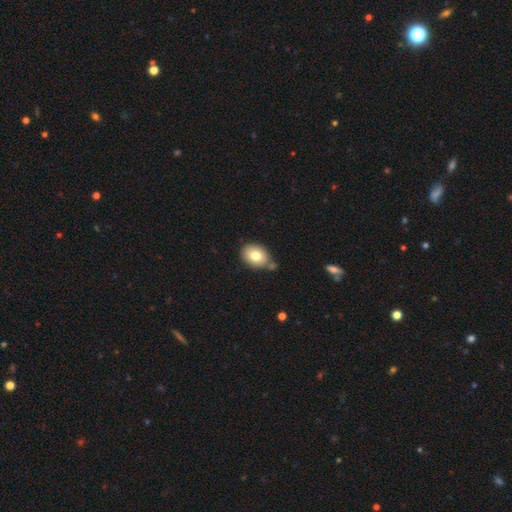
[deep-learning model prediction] Smooth or featured? Predicted: smooth (p=0.77). How rounded? Predicted: in between (p=0.69). Merging? Predicted: none (p=0.65).